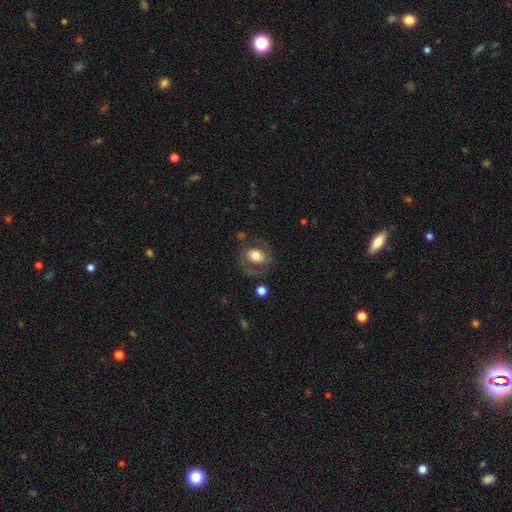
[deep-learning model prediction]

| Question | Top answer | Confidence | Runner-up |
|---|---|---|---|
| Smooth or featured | smooth | 51% | featured or disk (41%) |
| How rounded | in between | 60% | round (39%) |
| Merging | none | 61% | minor disturbance (19%) |